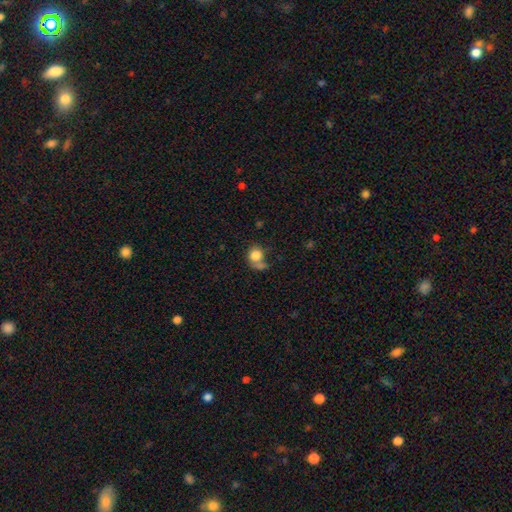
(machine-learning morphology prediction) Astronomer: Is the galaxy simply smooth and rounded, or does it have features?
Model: smooth — 80%.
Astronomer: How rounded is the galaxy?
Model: round — 75%.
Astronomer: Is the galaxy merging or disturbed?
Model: none — 39% (runner-up: merger, 29%).